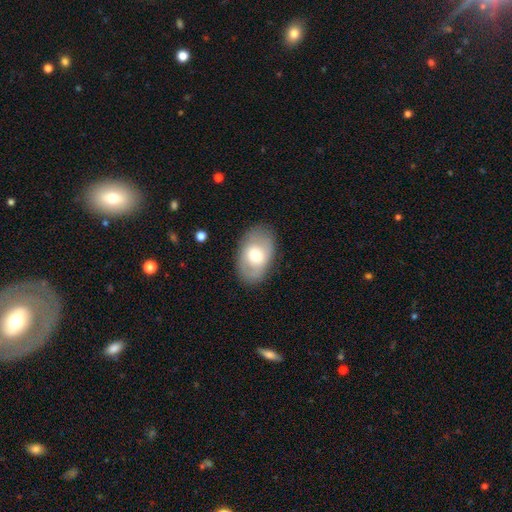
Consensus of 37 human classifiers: This appears to be a smooth galaxy with no disk features (57%) that is in between round and cigar-shaped (86%). Merging: none (78%).